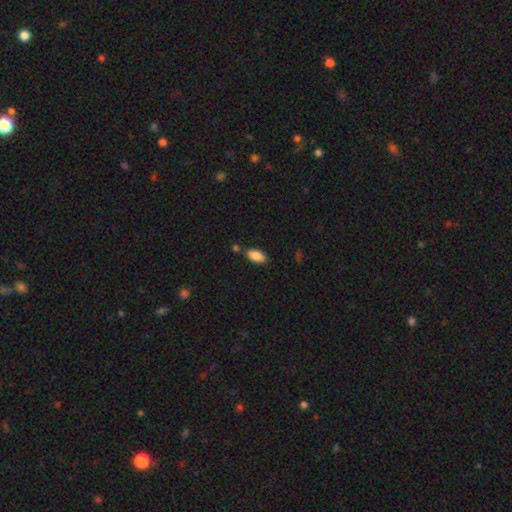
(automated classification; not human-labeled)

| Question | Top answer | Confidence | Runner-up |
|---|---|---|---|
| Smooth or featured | smooth | 87% | star or artifact (7%) |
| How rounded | in between | 92% | cigar-shaped (5%) |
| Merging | none | 79% | minor disturbance (12%) |